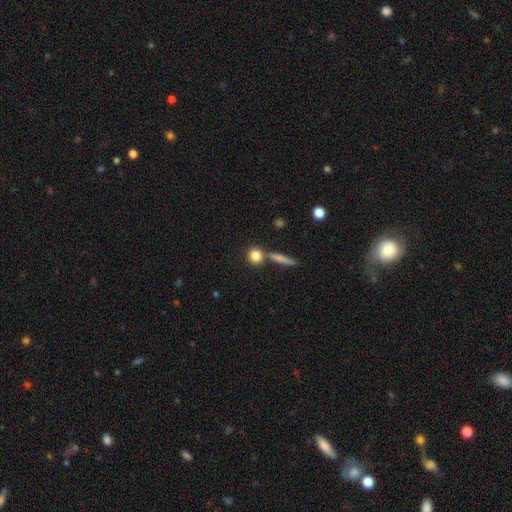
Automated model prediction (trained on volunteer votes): Q: Smooth or featured?
A: smooth (82%); runner-up: star or artifact (9%)
Q: How rounded?
A: round (82%); runner-up: in between (12%)
Q: Merging?
A: none (69%); runner-up: merger (18%)